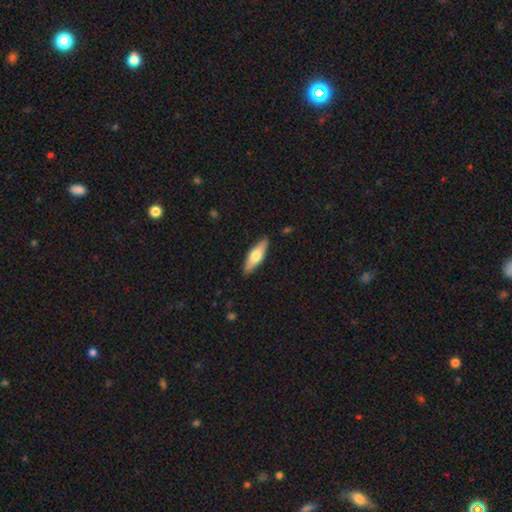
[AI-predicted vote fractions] Morphology: type=smooth (53%); roundness=cigar-shaped (51%); merging=none (88%).